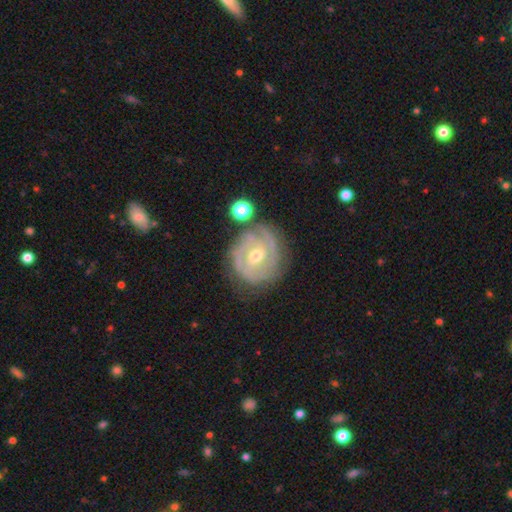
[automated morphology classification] smooth_or_featured: featured or disk (p=0.86) [alt: smooth p=0.09]
disk_edge_on: no (p=0.97) [alt: yes p=0.03]
bar: weak (p=0.44) [alt: no p=0.41]
has_spiral_arms: yes (p=0.95) [alt: no p=0.05]
spiral_winding: tight (p=0.73) [alt: medium p=0.23]
spiral_arm_count: 2 (p=0.32) [alt: 3 p=0.30]
bulge_size: moderate (p=0.59) [alt: small p=0.37]
merging: none (p=0.72) [alt: minor disturbance p=0.18]